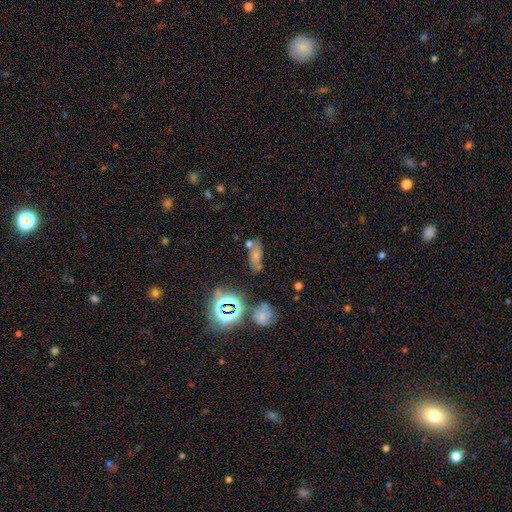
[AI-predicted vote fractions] smooth_or_featured: smooth (p=0.55) [alt: star or artifact p=0.24]
how_rounded: in between (p=0.72) [alt: cigar-shaped p=0.19]
merging: none (p=0.58) [alt: merger p=0.18]